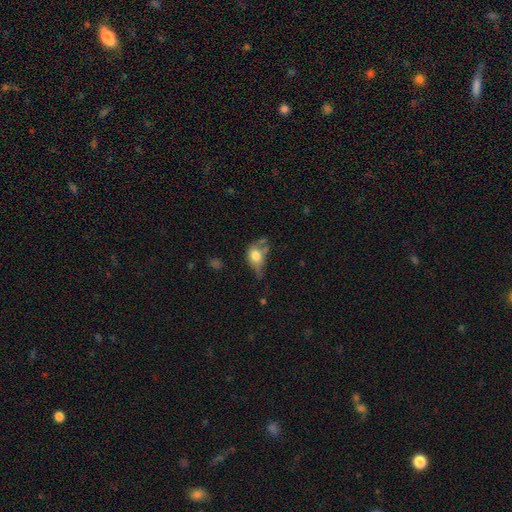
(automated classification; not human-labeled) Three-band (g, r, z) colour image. It shows a smooth galaxy with no disk features (70%) that is in between round and cigar-shaped (67%). Merging: minor disturbance (32%).